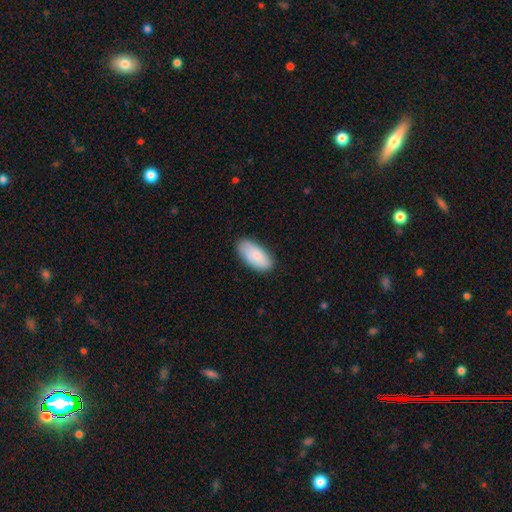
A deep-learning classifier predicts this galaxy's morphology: Smooth or featured? smooth (85%)
How rounded? in between (91%)
Merging? none (84%)